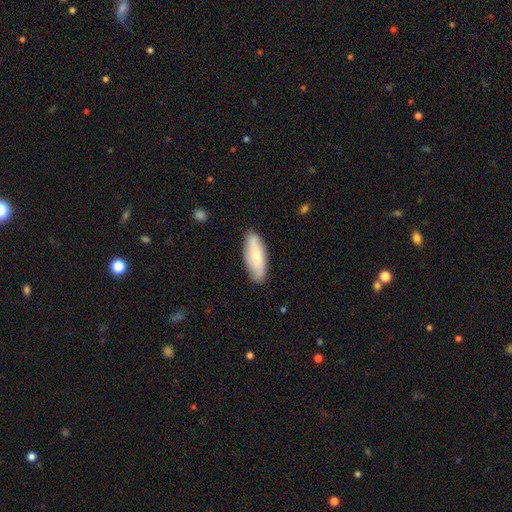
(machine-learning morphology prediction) smooth 62%, featured or disk 33%, star or artifact 6%. Down the decision tree: how rounded — in between (71%); merging — none (83%).